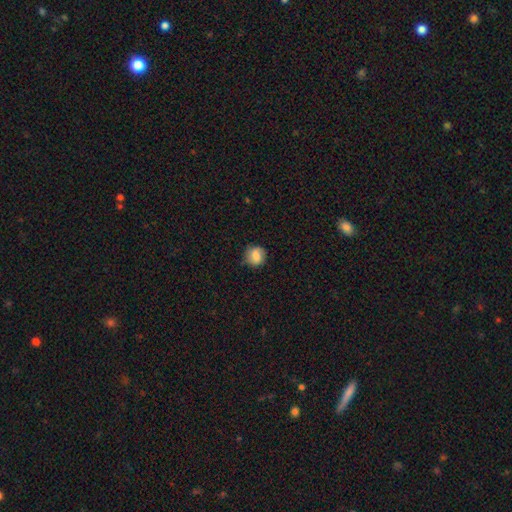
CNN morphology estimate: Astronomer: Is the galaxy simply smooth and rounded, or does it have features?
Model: smooth — 75%.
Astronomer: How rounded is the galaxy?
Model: round — 86%.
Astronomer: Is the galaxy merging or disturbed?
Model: none — 82%.